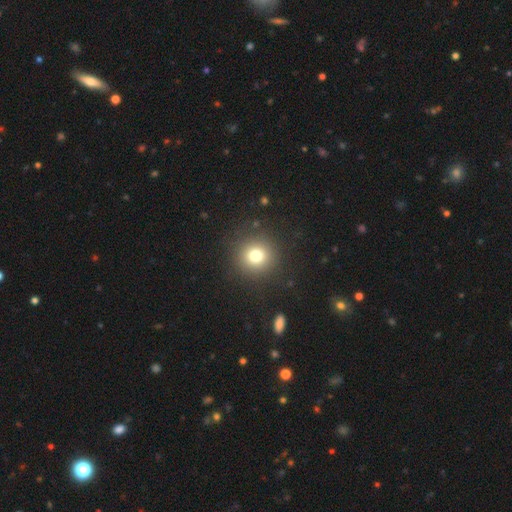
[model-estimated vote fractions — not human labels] Smooth or featured? smooth (77%)
How rounded? round (92%)
Merging? none (89%)